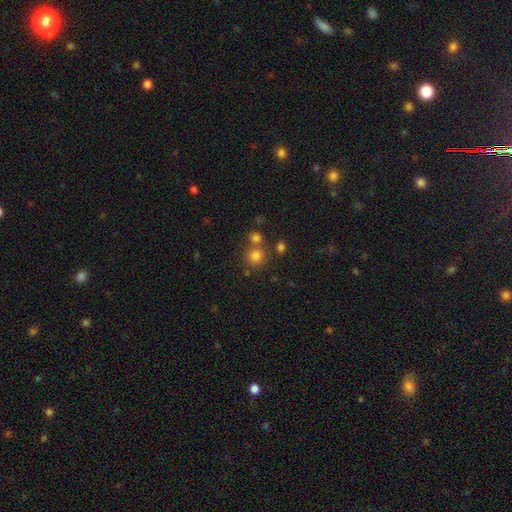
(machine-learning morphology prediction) This appears to be a smooth galaxy with no disk features (78%) that is round (90%). Merging: none (67%).